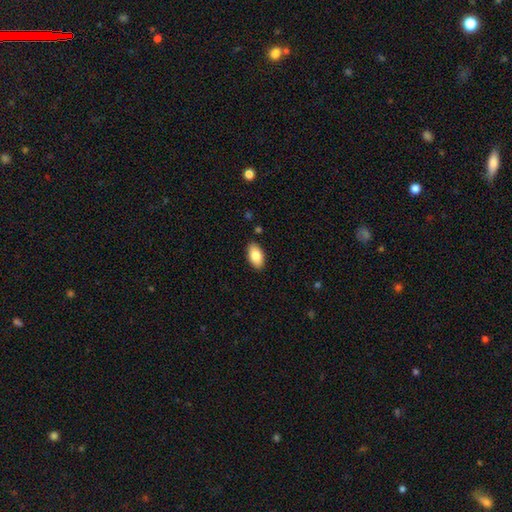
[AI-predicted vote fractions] The model was most divided on "smooth or featured": smooth: 84%, featured or disk: 10%, star or artifact: 6%. More confident: how rounded — in between (94%); merging — none (88%).